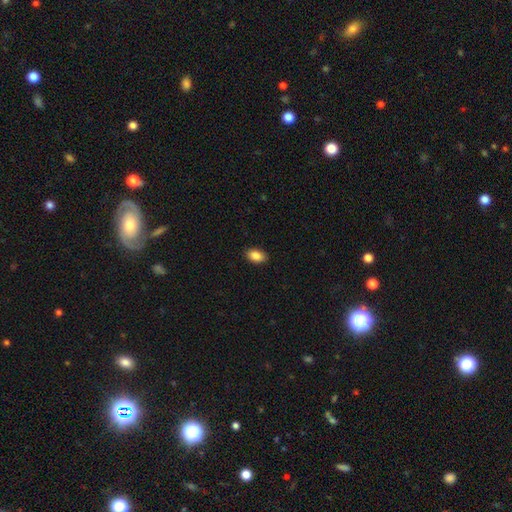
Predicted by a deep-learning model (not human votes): Smooth or featured: smooth — 88% (star or artifact — 8%)
How rounded: in between — 90% (round — 9%)
Merging: none — 89% (minor disturbance — 8%)